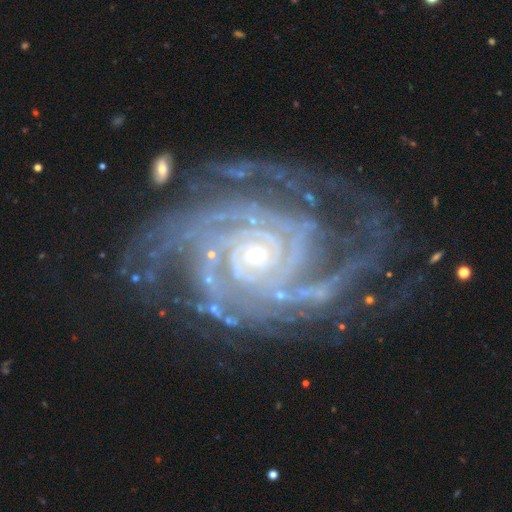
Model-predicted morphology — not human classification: Q: Smooth or featured?
A: featured or disk (93%); runner-up: star or artifact (5%)
Q: Edge-on disk?
A: no (98%); runner-up: yes (2%)
Q: Bar?
A: no (72%); runner-up: weak (18%)
Q: Spiral arms?
A: yes (99%); runner-up: no (1%)
Q: Spiral winding?
A: tight (73%); runner-up: medium (23%)
Q: Spiral arm count?
A: 4 (21%); runner-up: 2 (20%)
Q: Bulge size?
A: small (71%); runner-up: moderate (24%)
Q: Merging?
A: none (70%); runner-up: minor disturbance (17%)